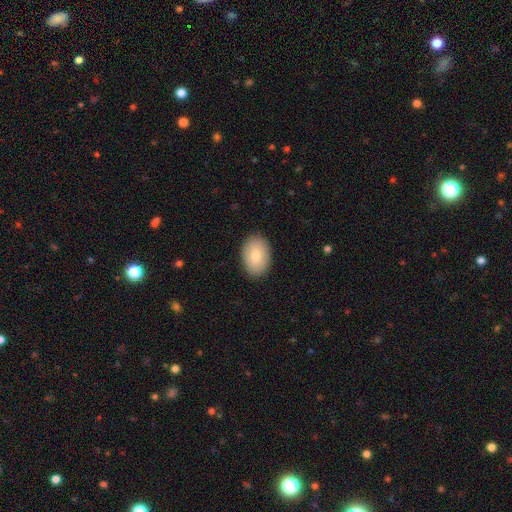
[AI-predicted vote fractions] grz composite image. It shows a smooth galaxy with no disk features (81%) that is in between round and cigar-shaped (85%). Merging: none (89%).